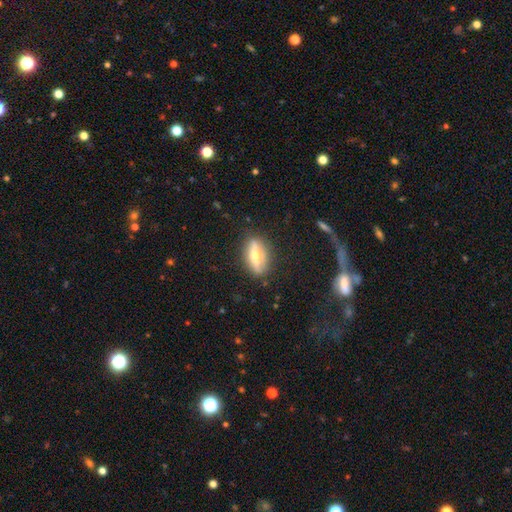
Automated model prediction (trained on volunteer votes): Morphology: type=featured or disk (56%); edge-on=yes (73%); merging=none (83%).